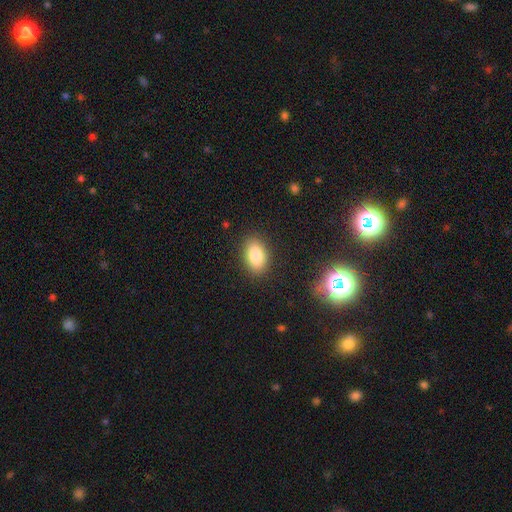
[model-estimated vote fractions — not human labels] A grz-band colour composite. It shows a smooth galaxy with no disk features (85%) that is in between round and cigar-shaped (89%). Merging: none (87%).